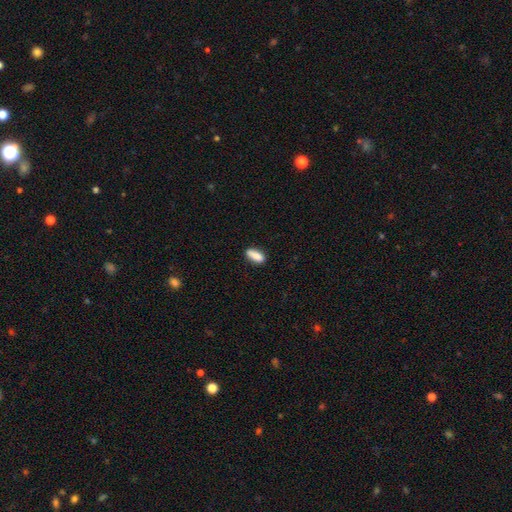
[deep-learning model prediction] Q: Smooth or featured?
A: smooth (86%); runner-up: star or artifact (7%)
Q: How rounded?
A: in between (69%); runner-up: cigar-shaped (28%)
Q: Merging?
A: none (78%); runner-up: minor disturbance (16%)